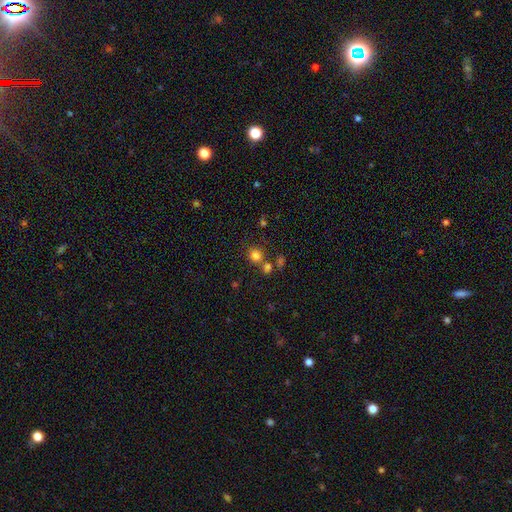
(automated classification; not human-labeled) The model was most divided on "merging": none: 68%, merger: 20%, minor disturbance: 9%, major disturbance: 4%. More confident: how rounded — round (85%); smooth or featured — smooth (79%).